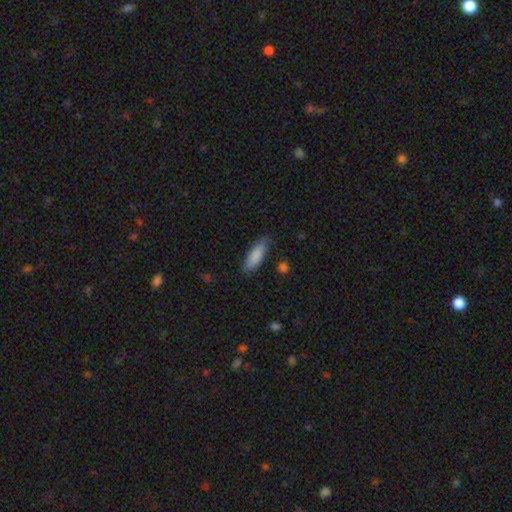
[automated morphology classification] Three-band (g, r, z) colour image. It shows a smooth galaxy with no disk features (87%) that is in between round and cigar-shaped (51%). Merging: none (81%).